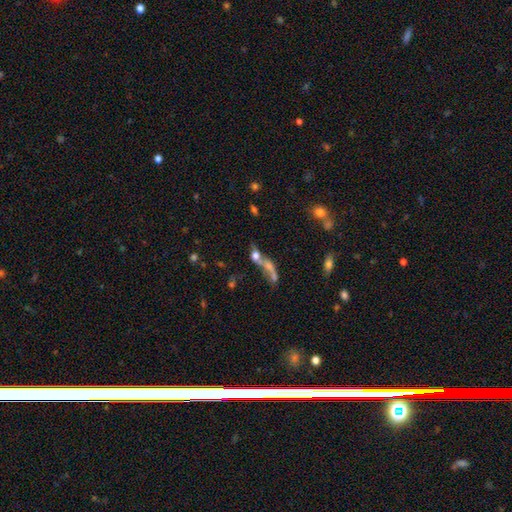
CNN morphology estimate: A smooth galaxy with no disk features (51%) that is in between round and cigar-shaped (47%). Merging: merger (57%).